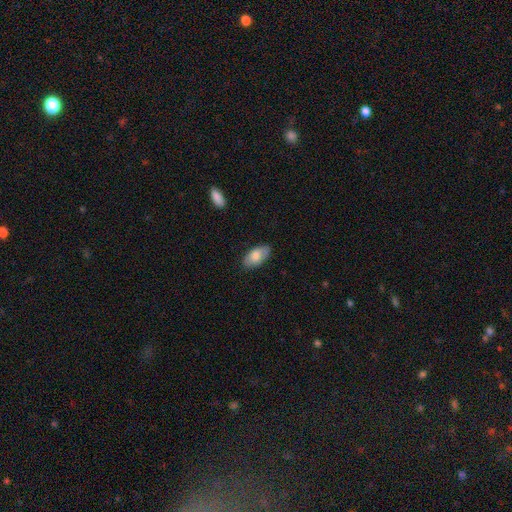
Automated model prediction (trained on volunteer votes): smooth_or_featured: smooth (p=0.78) [alt: featured or disk p=0.16]
how_rounded: in between (p=0.94) [alt: round p=0.03]
merging: none (p=0.79) [alt: minor disturbance p=0.16]